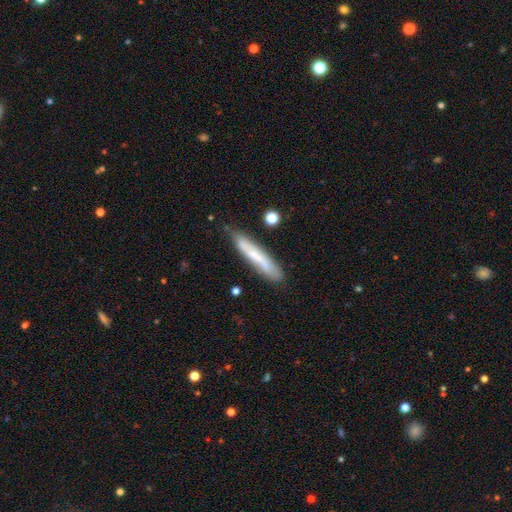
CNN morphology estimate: type=smooth (55%); roundness=cigar-shaped (90%); merging=none (75%).